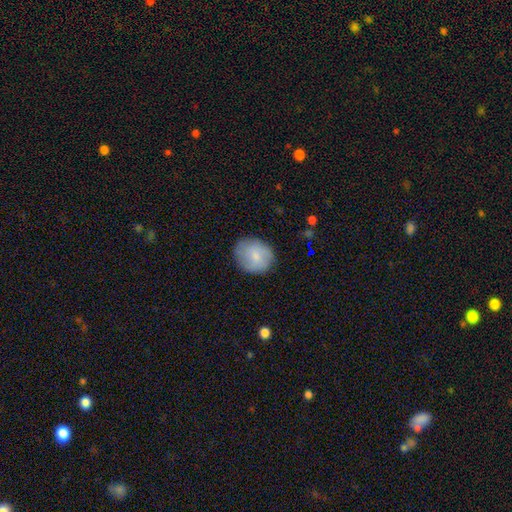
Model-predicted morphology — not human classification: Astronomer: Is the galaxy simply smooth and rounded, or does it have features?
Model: smooth — 76%.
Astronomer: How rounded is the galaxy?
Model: round — 74%.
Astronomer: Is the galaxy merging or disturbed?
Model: none — 80%.